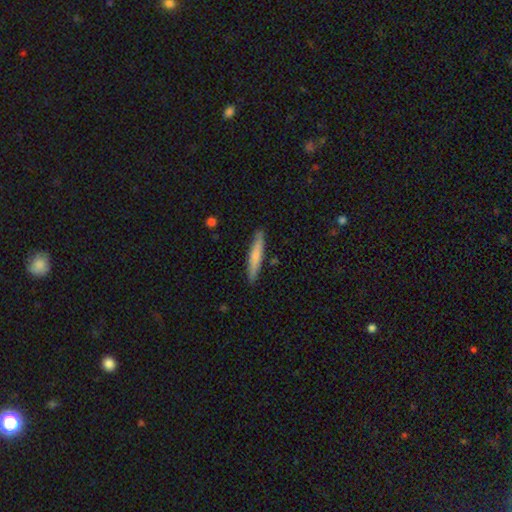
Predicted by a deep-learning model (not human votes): A smooth galaxy with no disk features (67%) that is cigar-shaped (92%).

Vote fractions:
- Smooth or featured? smooth: 67% / featured or disk: 28% / star or artifact: 6%
- How rounded? cigar-shaped: 92% / in between: 7% / round: 1%
- Merging? none: 88% / minor disturbance: 9% / merger: 2% / major disturbance: 2%